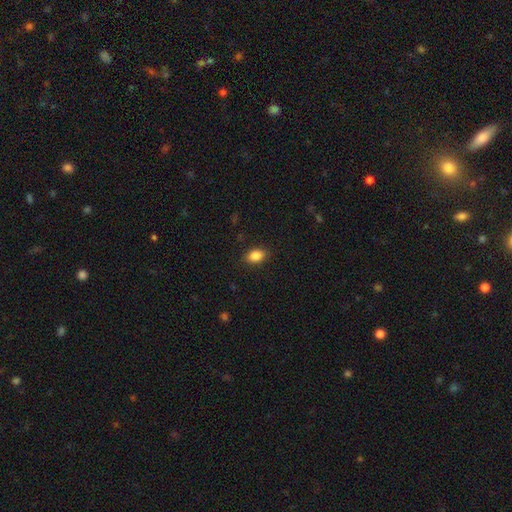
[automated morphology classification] This is clearly a smooth galaxy (86%). How rounded: clearly in between (84%). Merging: clearly none (88%).